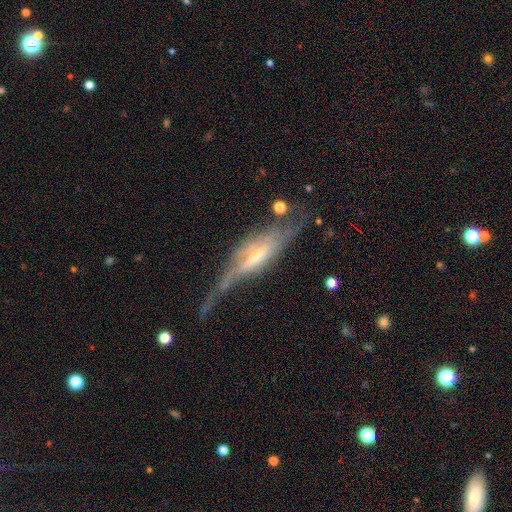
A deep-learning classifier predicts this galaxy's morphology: The model was most divided on "merging": none: 45%, minor disturbance: 26%, major disturbance: 25%, merger: 4%. More confident: smooth or featured — featured or disk (78%); edge-on disk — yes (77%); edge-on bulge — rounded (61%).